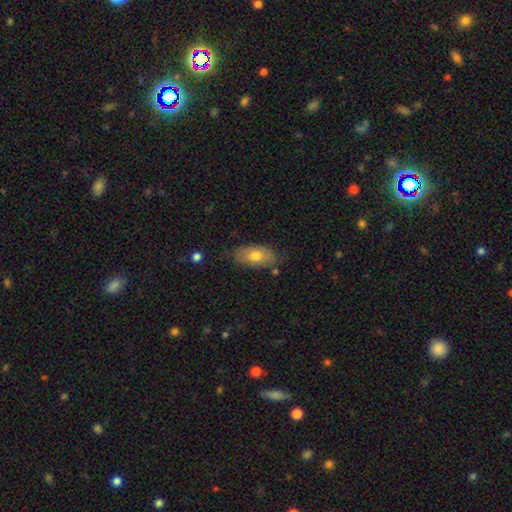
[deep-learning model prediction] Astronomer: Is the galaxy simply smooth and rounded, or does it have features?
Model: smooth — 72%.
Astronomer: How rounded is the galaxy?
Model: in between — 92%.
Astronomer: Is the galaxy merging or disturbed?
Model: none — 74%.